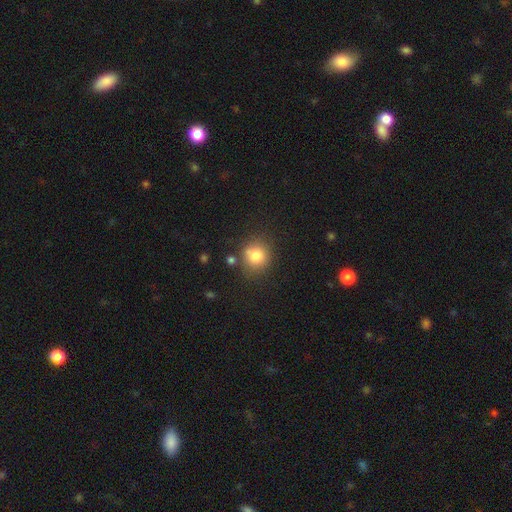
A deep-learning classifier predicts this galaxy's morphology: Smooth or featured? smooth (81%)
How rounded? round (83%)
Merging? none (73%)